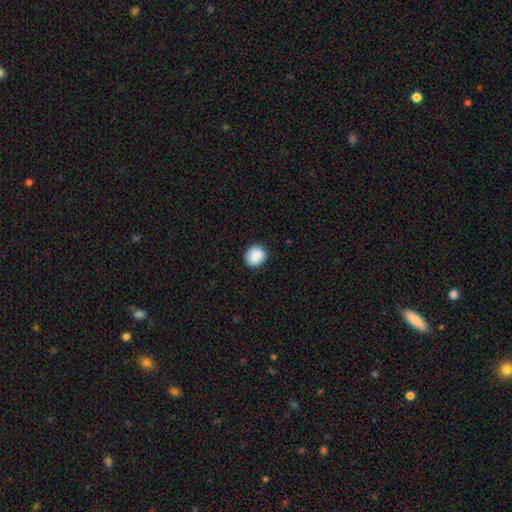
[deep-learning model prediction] smooth 85%, star or artifact 8%, featured or disk 7%. Down the decision tree: how rounded — round (83%); merging — none (86%).